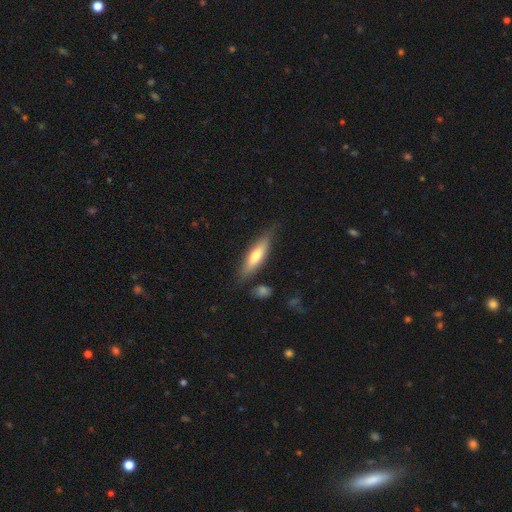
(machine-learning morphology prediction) Smooth or featured? Predicted: smooth (p=0.61). How rounded? Predicted: cigar-shaped (p=0.65). Merging? Predicted: none (p=0.74).